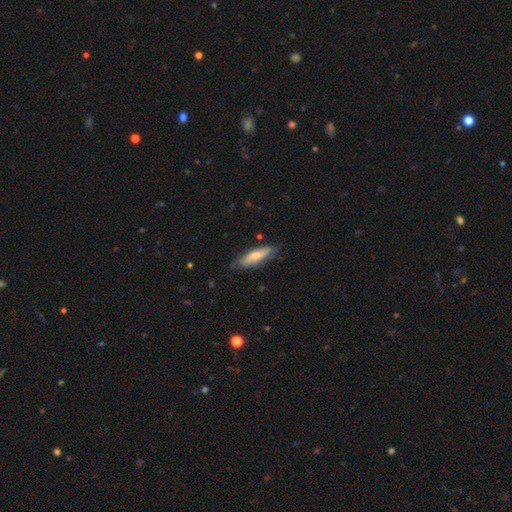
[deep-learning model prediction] The model was most divided on "how rounded": cigar-shaped: 61%, in between: 37%, round: 2%. More confident: merging — none (74%); smooth or featured — smooth (65%).